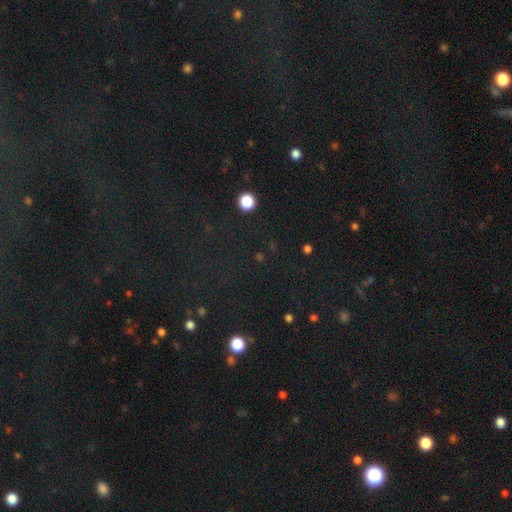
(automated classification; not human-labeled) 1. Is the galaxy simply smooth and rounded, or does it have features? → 77% star or artifact, 14% smooth, 9% featured or disk.